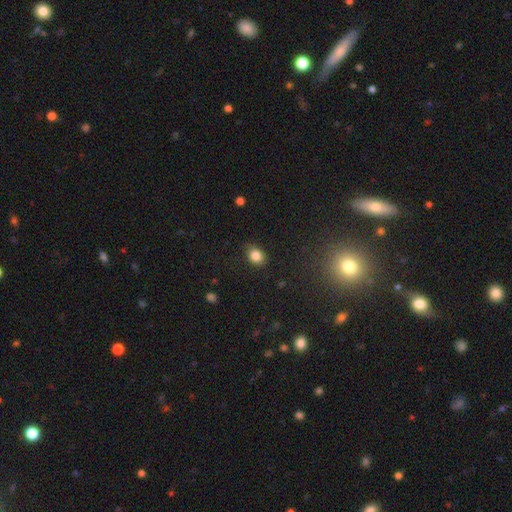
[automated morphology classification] Q: Smooth or featured?
A: smooth (85%); runner-up: star or artifact (10%)
Q: How rounded?
A: in between (67%); runner-up: round (32%)
Q: Merging?
A: none (81%); runner-up: minor disturbance (15%)